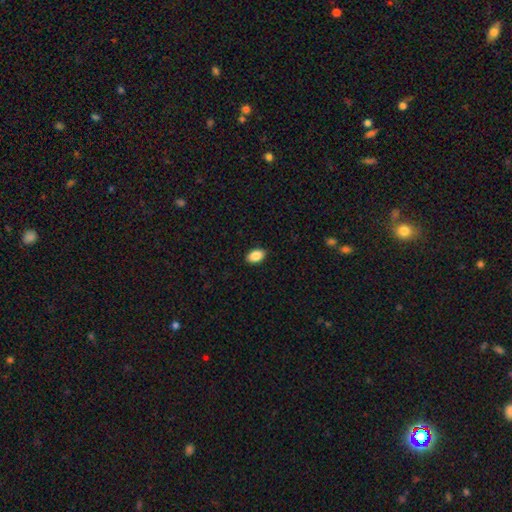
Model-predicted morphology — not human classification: smooth 89%, star or artifact 7%, featured or disk 4%. Down the decision tree: how rounded — in between (91%); merging — none (90%).